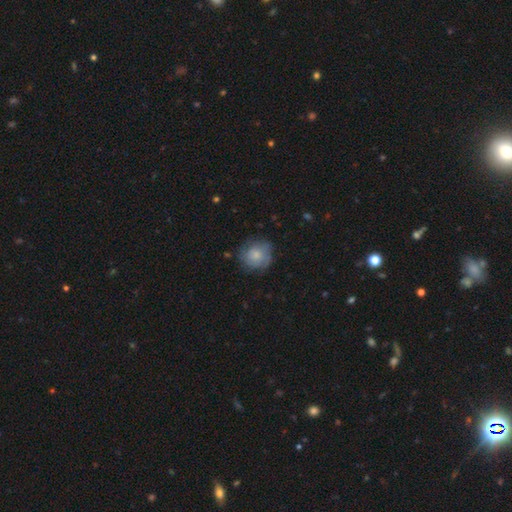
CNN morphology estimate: type=smooth (59%); roundness=round (86%); merging=none (69%).